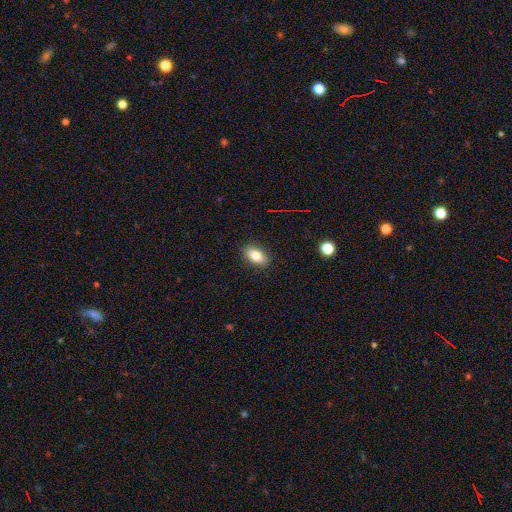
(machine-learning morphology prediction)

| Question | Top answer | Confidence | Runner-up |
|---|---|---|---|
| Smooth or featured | smooth | 80% | featured or disk (12%) |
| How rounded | in between | 90% | round (6%) |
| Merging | none | 89% | minor disturbance (8%) |